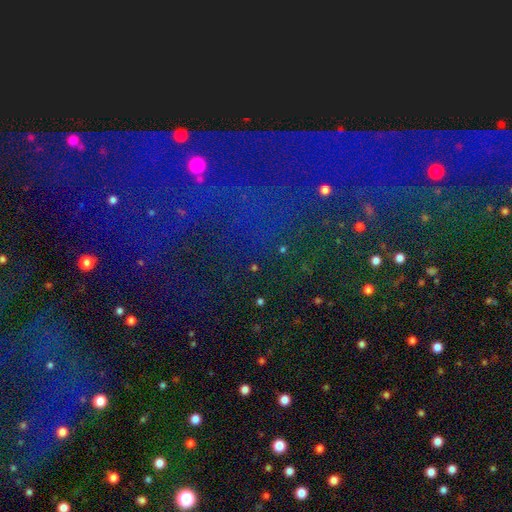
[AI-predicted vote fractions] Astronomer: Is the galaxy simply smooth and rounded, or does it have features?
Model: star or artifact — 80%.